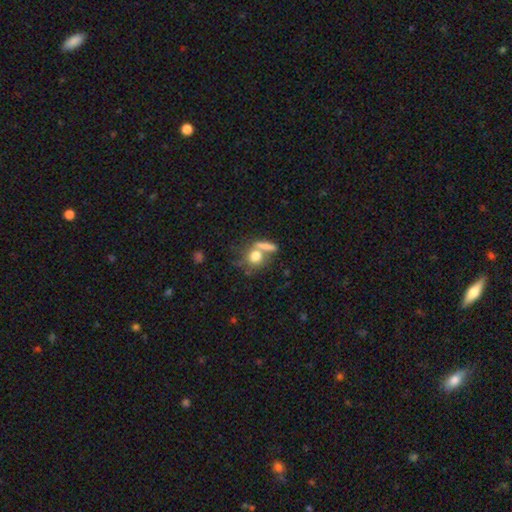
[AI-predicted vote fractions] Smooth or featured? Predicted: smooth (p=0.73). How rounded? Predicted: round (p=0.71). Merging? Predicted: none (p=0.41).